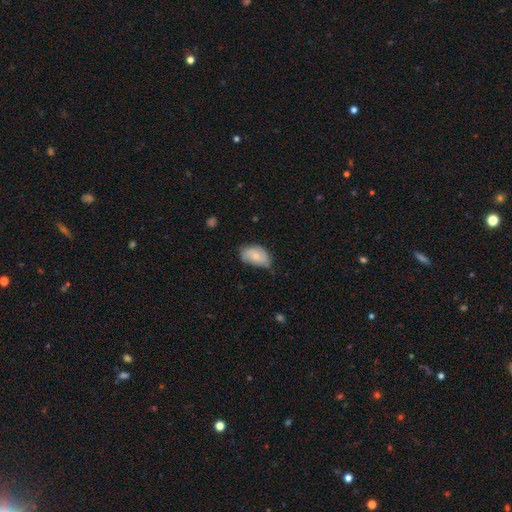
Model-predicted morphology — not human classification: type=smooth (65%); roundness=in between (90%); merging=none (54%).